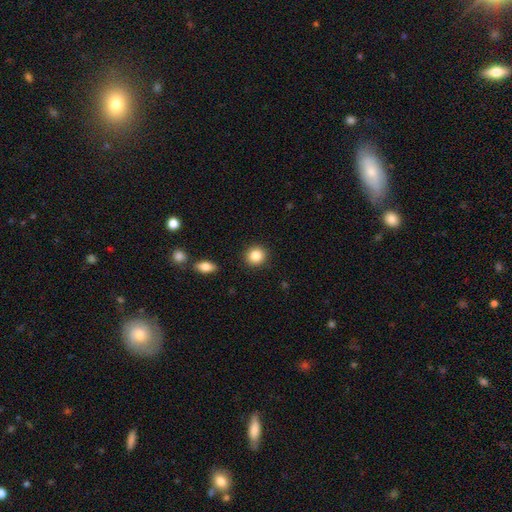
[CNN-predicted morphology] A smooth galaxy with no disk features (85%) that is round (87%).

Vote fractions:
- Smooth or featured? smooth: 85% / star or artifact: 9% / featured or disk: 6%
- How rounded? round: 87% / in between: 12% / cigar-shaped: 1%
- Merging? none: 91% / minor disturbance: 6% / major disturbance: 2% / merger: 2%